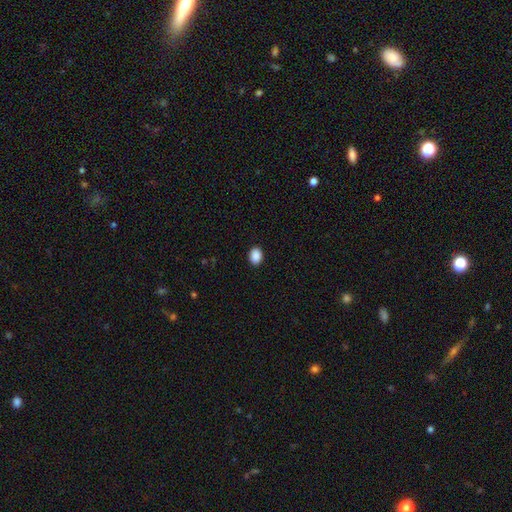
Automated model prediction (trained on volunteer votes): smooth 90%, star or artifact 8%, featured or disk 2%. Down the decision tree: how rounded — in between (68%); merging — none (91%).